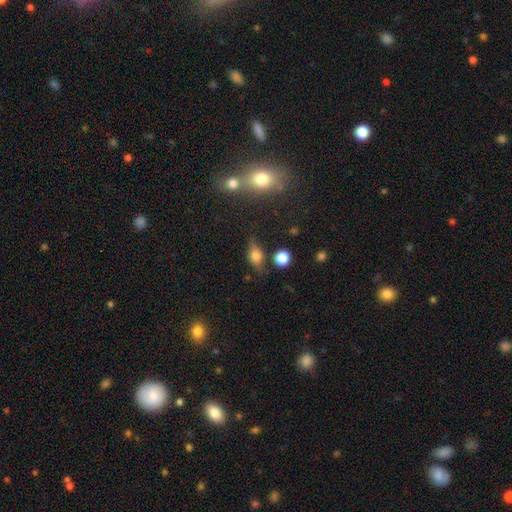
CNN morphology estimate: A smooth galaxy with no disk features (56%) that is in between round and cigar-shaped (66%).

Vote fractions:
- Smooth or featured? smooth: 56% / featured or disk: 31% / star or artifact: 13%
- How rounded? in between: 66% / round: 22% / cigar-shaped: 12%
- Merging? none: 69% / minor disturbance: 20% / major disturbance: 6% / merger: 5%